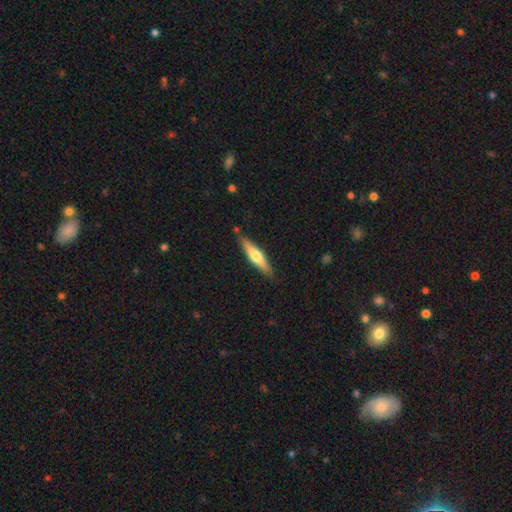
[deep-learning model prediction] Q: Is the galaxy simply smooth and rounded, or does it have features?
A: smooth — 49%.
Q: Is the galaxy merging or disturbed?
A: none — 85%.